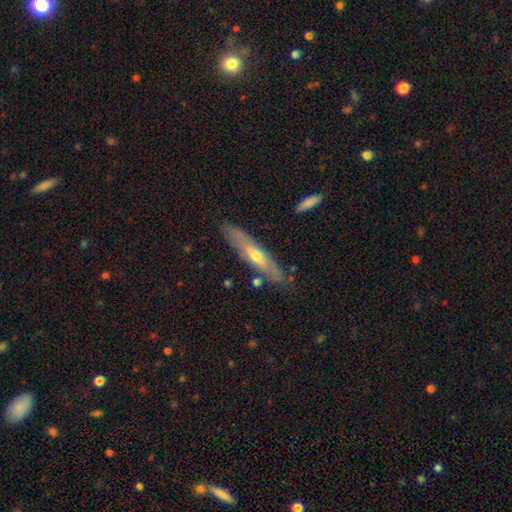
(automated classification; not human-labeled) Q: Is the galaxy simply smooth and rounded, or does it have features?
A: featured or disk — 60%.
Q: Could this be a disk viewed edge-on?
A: yes — 66%.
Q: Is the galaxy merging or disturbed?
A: none — 82%.